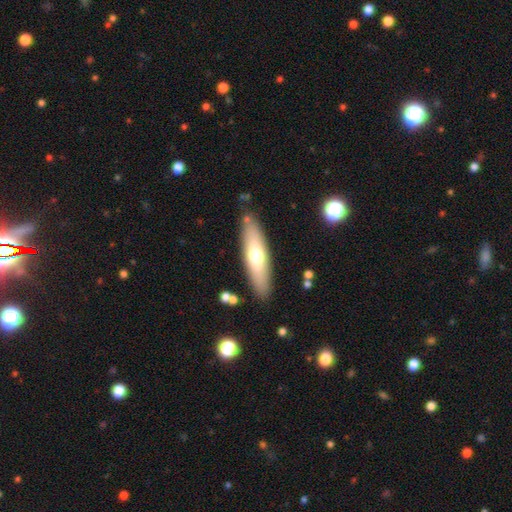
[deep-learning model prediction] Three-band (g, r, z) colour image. It shows a smooth galaxy with no disk features (58%) that is cigar-shaped (65%). Merging: none (85%).